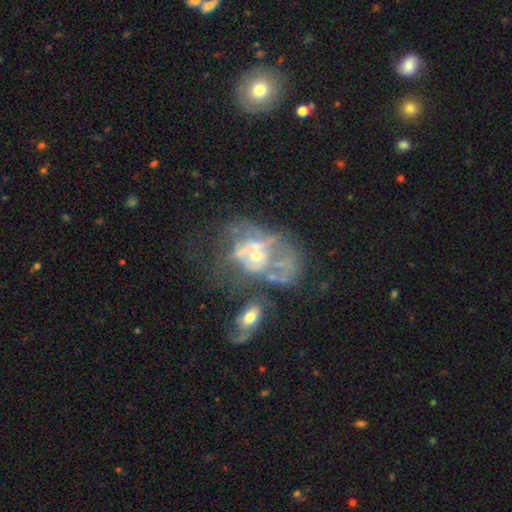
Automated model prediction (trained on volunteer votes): This appears to be a featured or disk galaxy (67%) with no bar (86%), no spiral arms (76%) and a small central bulge (40%). Merging: merger (41%).